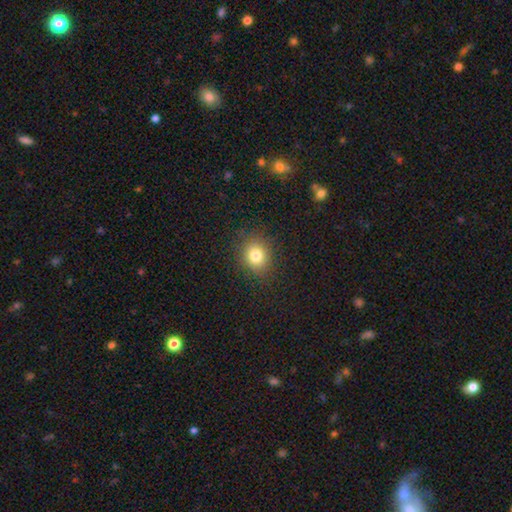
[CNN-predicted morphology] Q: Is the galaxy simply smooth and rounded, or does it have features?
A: smooth — 79%.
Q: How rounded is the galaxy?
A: round — 72%.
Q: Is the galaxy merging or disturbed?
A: none — 88%.